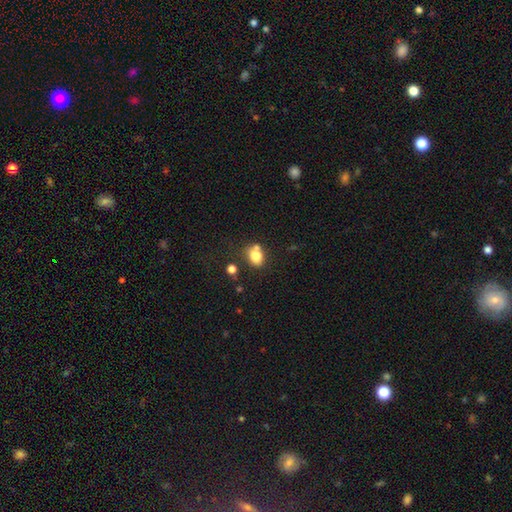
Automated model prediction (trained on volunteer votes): smooth-or-featured: smooth: 79% | star or artifact: 11% | featured or disk: 10%
  how-rounded: in between: 55% | round: 44% | cigar-shaped: 1%
  merging: none: 54% | merger: 24% | minor disturbance: 16% | major disturbance: 6%